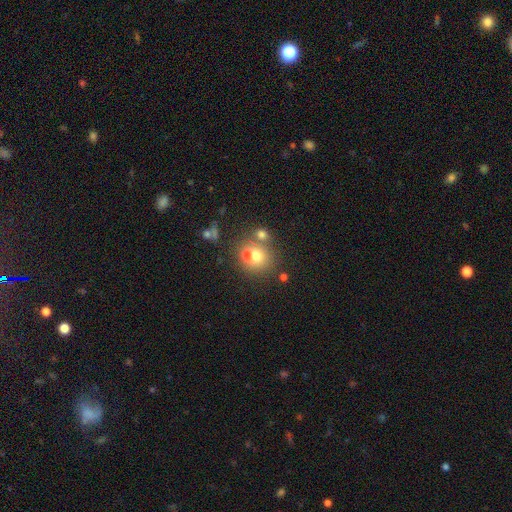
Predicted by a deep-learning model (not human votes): Smooth or featured? Predicted: smooth (p=0.64). How rounded? Predicted: round (p=0.76). Merging? Predicted: merger (p=0.46).